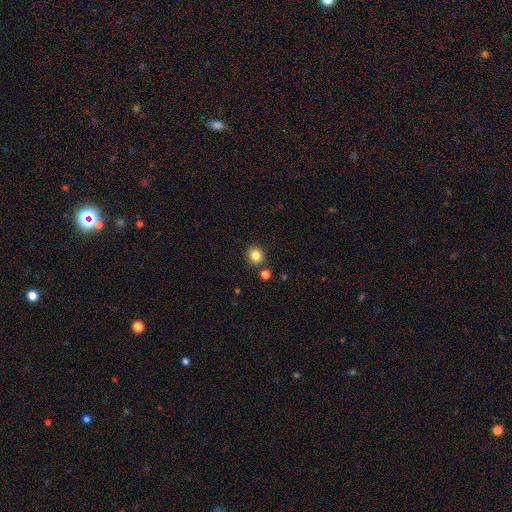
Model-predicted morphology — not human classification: type=smooth (84%); roundness=round (91%); merging=none (86%).